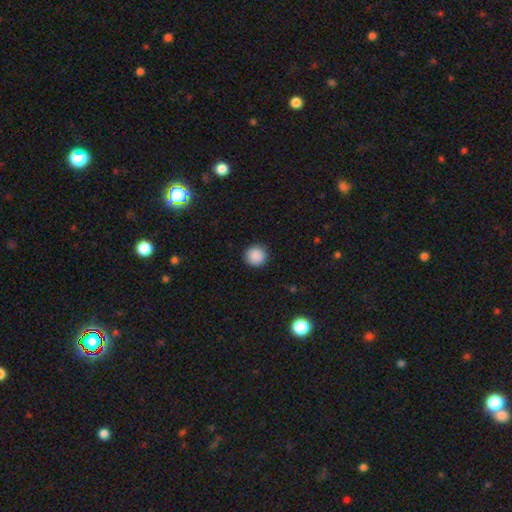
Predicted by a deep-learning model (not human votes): A smooth galaxy with no disk features (89%) that is round (94%). Merging: none (92%).